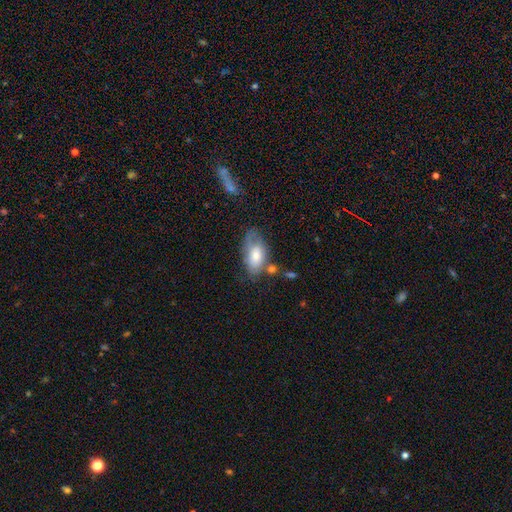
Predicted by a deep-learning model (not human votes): The model was most divided on "merging": none: 44%, minor disturbance: 30%, major disturbance: 16%, merger: 11%. More confident: how rounded — in between (92%); smooth or featured — smooth (65%).